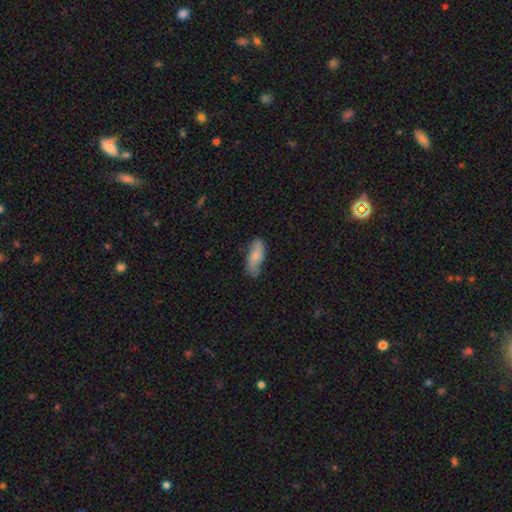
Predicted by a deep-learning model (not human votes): Smooth or featured: smooth — 69% (featured or disk — 25%)
How rounded: in between — 75% (cigar-shaped — 23%)
Merging: none — 68% (minor disturbance — 25%)